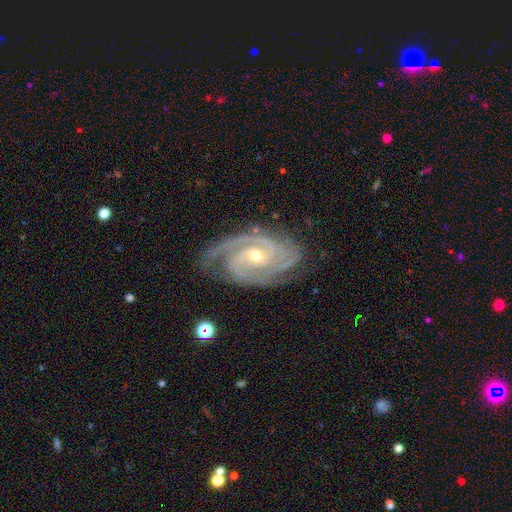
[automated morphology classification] Q: Smooth or featured?
A: featured or disk (92%); runner-up: star or artifact (5%)
Q: Edge-on disk?
A: no (97%); runner-up: yes (3%)
Q: Bar?
A: no (55%); runner-up: weak (32%)
Q: Spiral arms?
A: yes (99%); runner-up: no (1%)
Q: Spiral winding?
A: tight (69%); runner-up: medium (27%)
Q: Spiral arm count?
A: 3 (43%); runner-up: 2 (26%)
Q: Bulge size?
A: small (55%); runner-up: moderate (43%)
Q: Merging?
A: none (77%); runner-up: minor disturbance (17%)